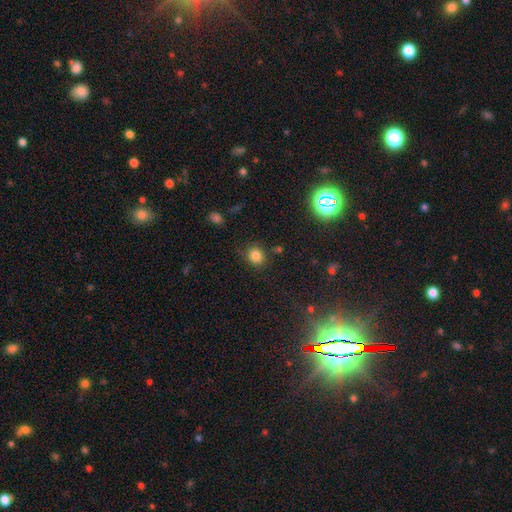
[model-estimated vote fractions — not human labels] This appears to be a smooth galaxy with no disk features (82%) that is round (74%). Merging: none (80%).